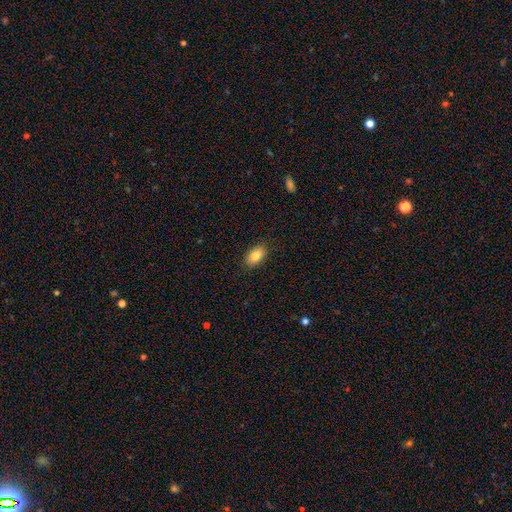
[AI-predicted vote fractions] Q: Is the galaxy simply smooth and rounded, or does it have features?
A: smooth — 83%.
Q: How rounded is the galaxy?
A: in between — 92%.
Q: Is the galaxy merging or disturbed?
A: none — 87%.